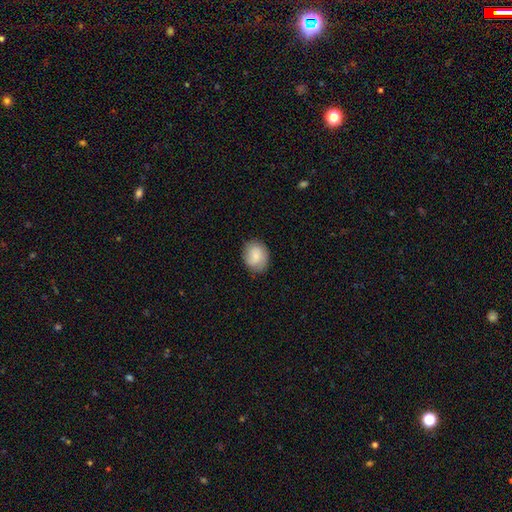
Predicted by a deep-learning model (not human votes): Smooth or featured: smooth — 81% (featured or disk — 13%)
How rounded: round — 52% (in between — 47%)
Merging: none — 81% (minor disturbance — 15%)